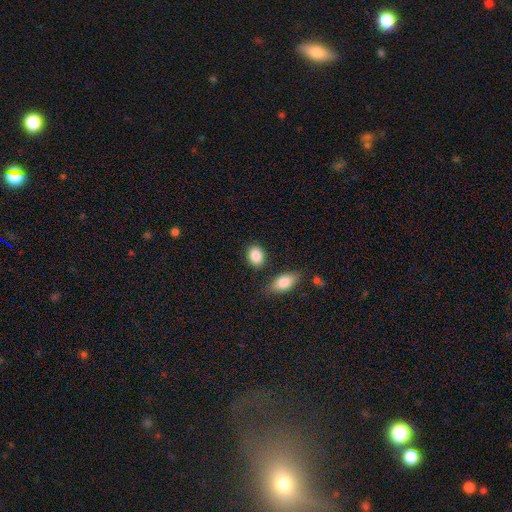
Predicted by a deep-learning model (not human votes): This appears to be a smooth galaxy with no disk features (88%) that is in between round and cigar-shaped (64%). Merging: none (80%).